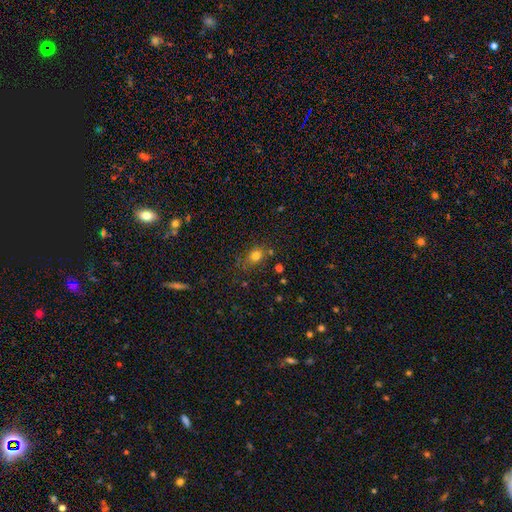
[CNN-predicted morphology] Q: Smooth or featured?
A: smooth (76%); runner-up: star or artifact (16%)
Q: How rounded?
A: round (54%); runner-up: in between (44%)
Q: Merging?
A: none (67%); runner-up: minor disturbance (18%)